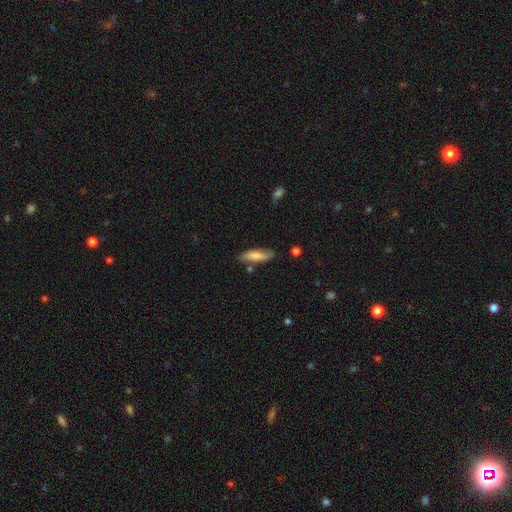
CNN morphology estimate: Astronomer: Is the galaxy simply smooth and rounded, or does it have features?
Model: smooth — 66%.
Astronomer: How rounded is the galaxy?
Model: in between — 49%, tied with cigar-shaped at 49%.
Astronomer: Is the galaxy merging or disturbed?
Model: none — 73%.